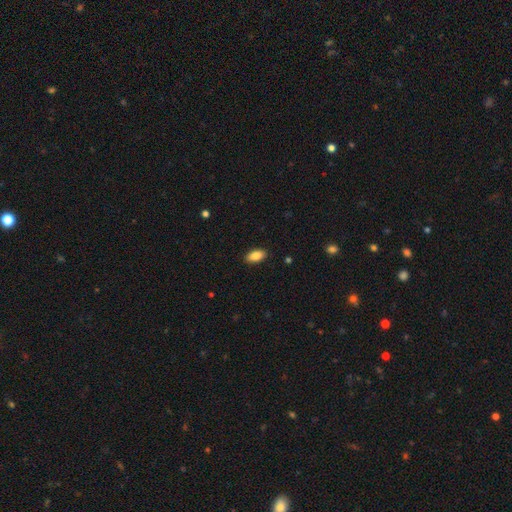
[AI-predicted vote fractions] Overall: smooth (87%). How rounded: in between (92%). Merging: none (89%).